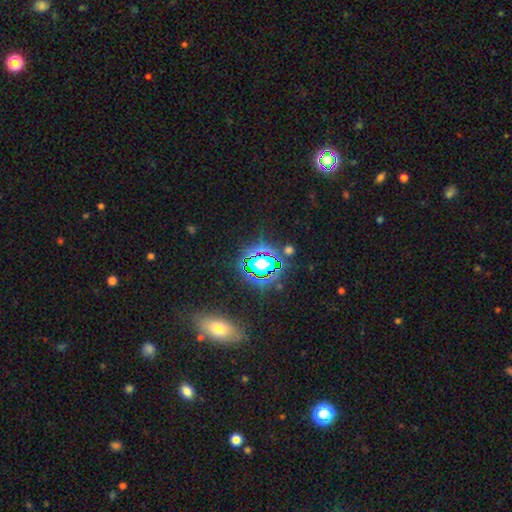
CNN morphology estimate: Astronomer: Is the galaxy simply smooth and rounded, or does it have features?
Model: star or artifact — 69%.